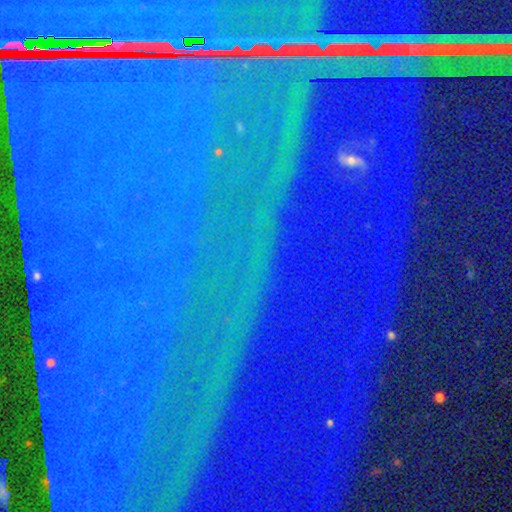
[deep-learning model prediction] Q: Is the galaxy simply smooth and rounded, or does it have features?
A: star or artifact — 89%.